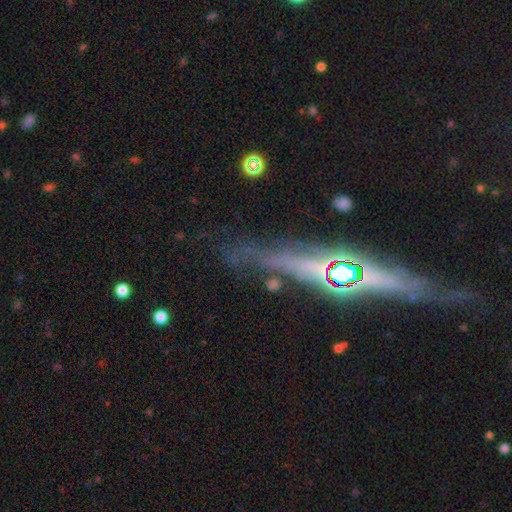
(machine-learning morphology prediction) The model was most divided on "smooth or featured": featured or disk: 41%, star or artifact: 39%, smooth: 19%. More confident: merging — none (76%).